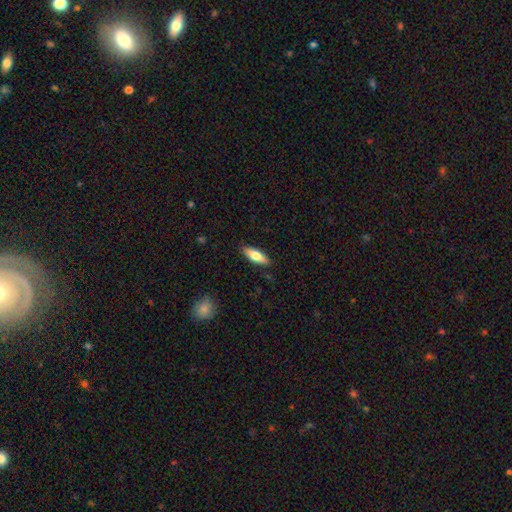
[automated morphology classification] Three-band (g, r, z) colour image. It shows a smooth galaxy with no disk features (70%) that is in between round and cigar-shaped (58%). Merging: none (88%).